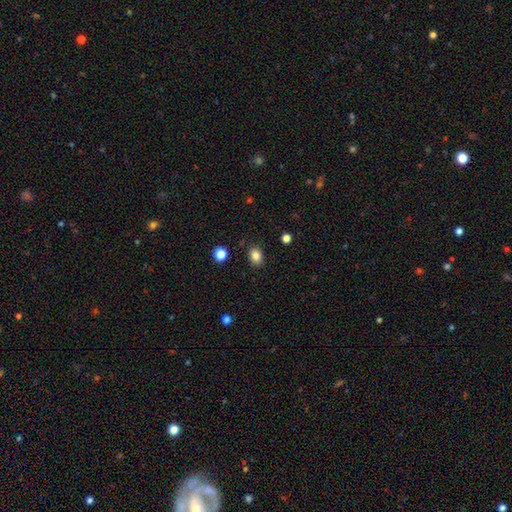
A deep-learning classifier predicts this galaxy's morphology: Smooth or featured? smooth (84%)
How rounded? in between (68%)
Merging? none (87%)